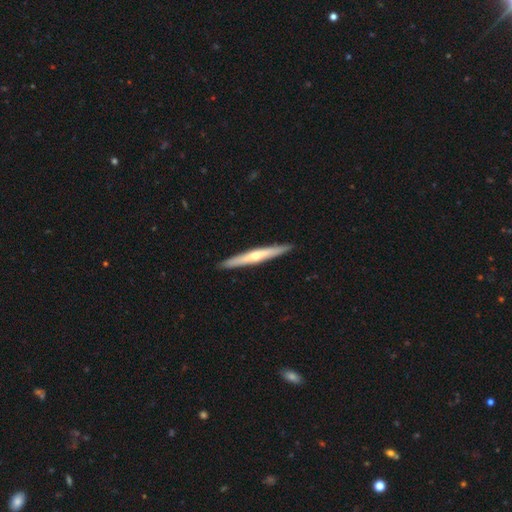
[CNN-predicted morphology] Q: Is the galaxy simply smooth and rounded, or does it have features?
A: featured or disk — 61%.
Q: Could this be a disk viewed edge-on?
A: yes — 95%.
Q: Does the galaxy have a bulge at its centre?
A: rounded — 79%.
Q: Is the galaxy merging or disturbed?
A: none — 92%.